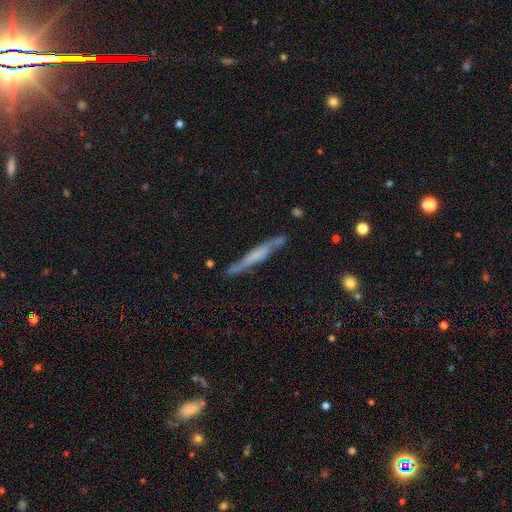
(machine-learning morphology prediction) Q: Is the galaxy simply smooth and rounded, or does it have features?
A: featured or disk — 56%.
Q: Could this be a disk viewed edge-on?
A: yes — 93%.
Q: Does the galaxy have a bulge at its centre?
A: none — 44%.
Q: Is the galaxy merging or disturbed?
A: none — 80%.